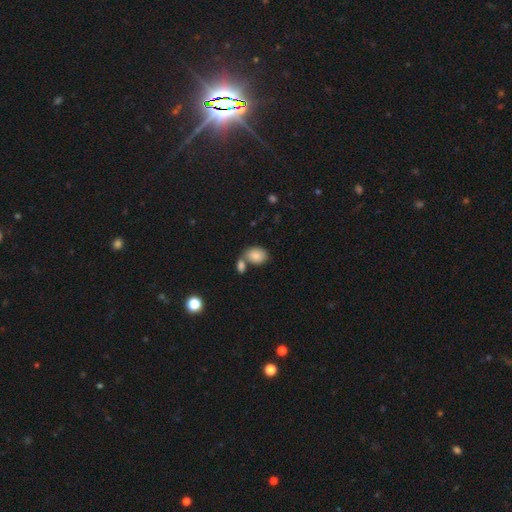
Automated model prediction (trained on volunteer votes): Q: Smooth or featured?
A: smooth (85%); runner-up: star or artifact (8%)
Q: How rounded?
A: in between (72%); runner-up: round (27%)
Q: Merging?
A: none (46%); runner-up: merger (39%)